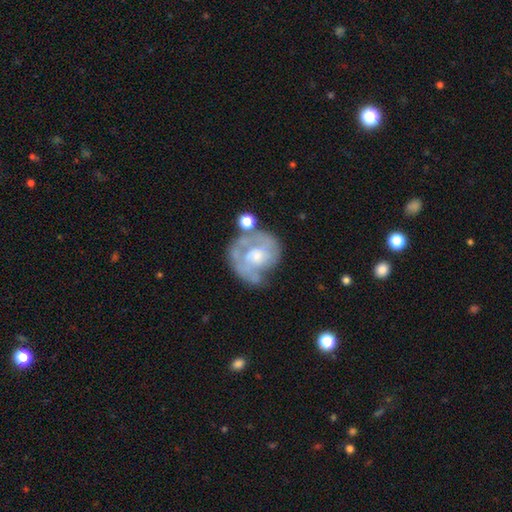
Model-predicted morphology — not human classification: This appears to be a featured or disk galaxy (71%) with no bar (75%), spiral arms (70%) and a moderate central bulge (41%, tied with small). Merging: none (47%).